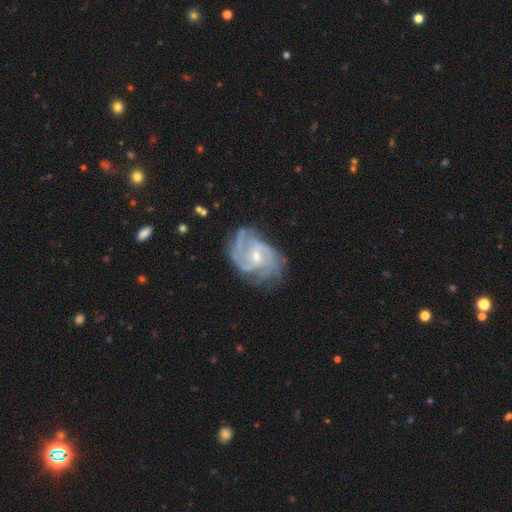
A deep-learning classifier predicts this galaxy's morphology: Smooth or featured: featured or disk — 87% (smooth — 7%)
Edge-on disk: no — 98% (yes — 2%)
Bar: weak — 48% (no — 43%)
Spiral arms: yes — 95% (no — 5%)
Spiral winding: medium — 47% (tight — 36%)
Spiral arm count: 2 — 34% (3 — 27%)
Bulge size: small — 58% (moderate — 38%)
Merging: none — 61% (minor disturbance — 24%)